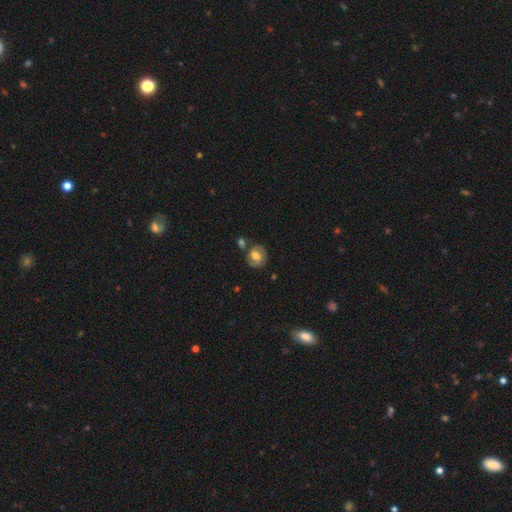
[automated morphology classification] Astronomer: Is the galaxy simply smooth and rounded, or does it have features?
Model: featured or disk — 54% (runner-up: smooth, 38%).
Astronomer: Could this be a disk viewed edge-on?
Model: no — 97%.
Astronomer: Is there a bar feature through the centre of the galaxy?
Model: weak — 45% (runner-up: no, 42%).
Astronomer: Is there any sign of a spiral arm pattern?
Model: yes — 83%.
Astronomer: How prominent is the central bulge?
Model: moderate — 63%.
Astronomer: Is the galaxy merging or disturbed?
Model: none — 67%.